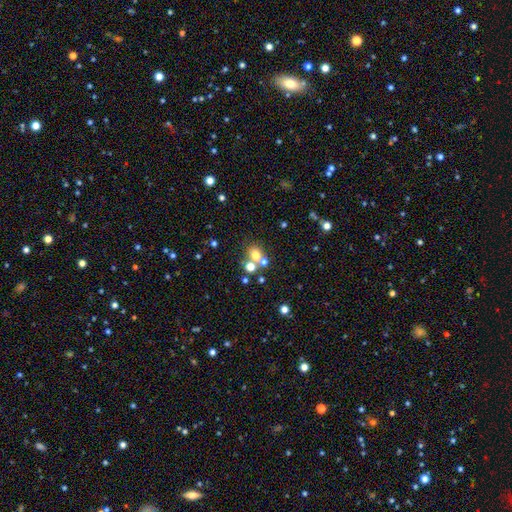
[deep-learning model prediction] Smooth or featured? smooth (66%)
How rounded? round (72%)
Merging? none (49%)